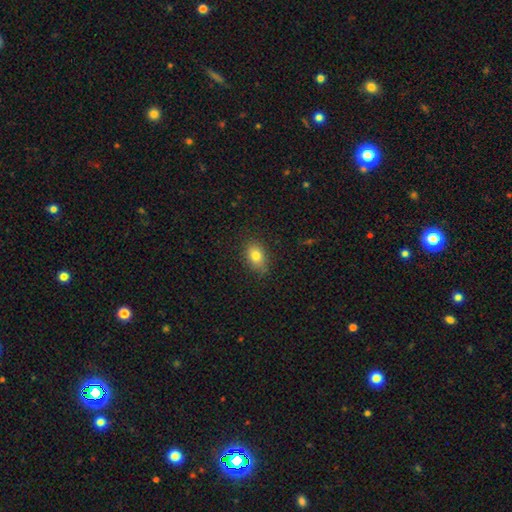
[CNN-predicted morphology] Smooth or featured: smooth — 81% (star or artifact — 10%)
How rounded: in between — 77% (round — 22%)
Merging: none — 79% (minor disturbance — 16%)